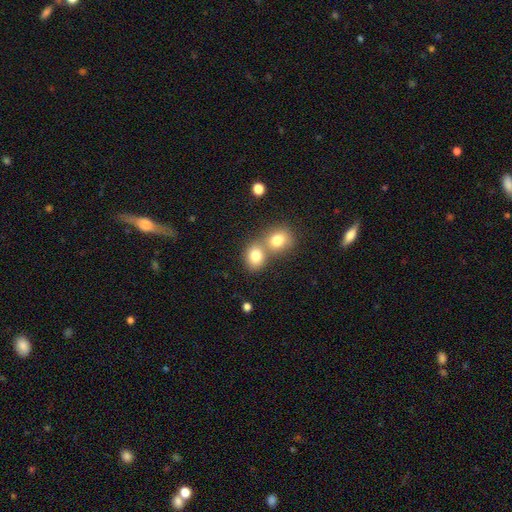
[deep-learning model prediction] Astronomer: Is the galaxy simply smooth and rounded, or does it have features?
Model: smooth — 79%.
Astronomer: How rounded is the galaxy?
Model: round — 60% (runner-up: in between, 39%).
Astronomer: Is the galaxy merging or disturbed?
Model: merger — 55% (runner-up: none, 35%).